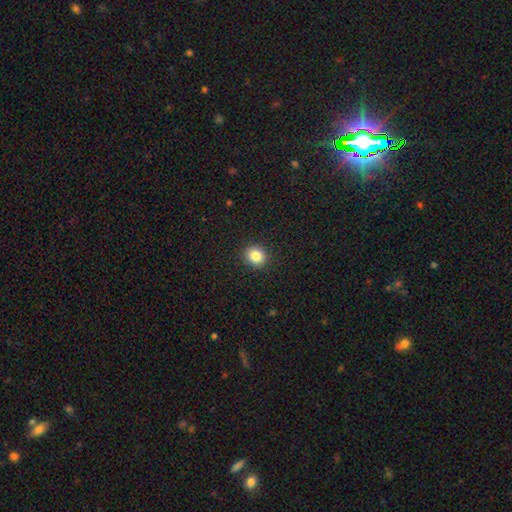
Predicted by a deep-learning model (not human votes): Morphology: type=smooth (84%); roundness=round (81%); merging=none (92%).